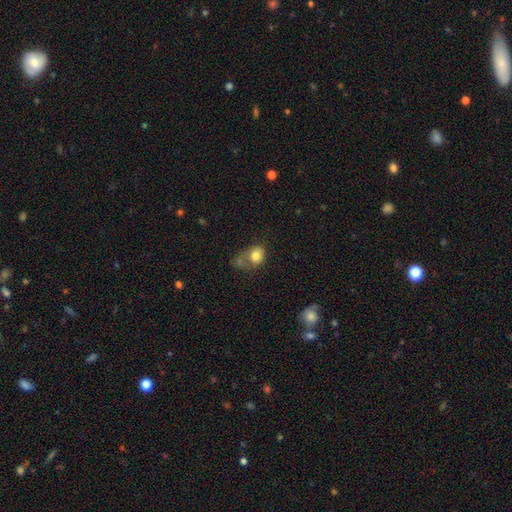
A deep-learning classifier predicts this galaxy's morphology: A smooth galaxy with no disk features (80%) that is round (68%).

Vote fractions:
- Smooth or featured? smooth: 80% / featured or disk: 10% / star or artifact: 9%
- How rounded? round: 68% / in between: 31% / cigar-shaped: 1%
- Merging? none: 38% / merger: 32% / minor disturbance: 18% / major disturbance: 12%